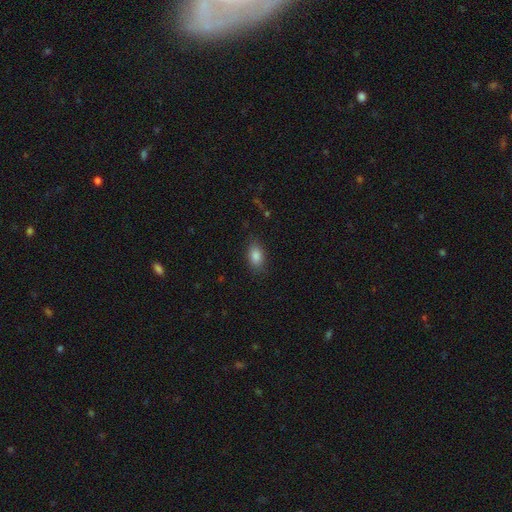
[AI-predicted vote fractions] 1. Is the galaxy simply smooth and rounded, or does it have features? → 86% smooth, 9% star or artifact, 6% featured or disk.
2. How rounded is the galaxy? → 87% in between, 11% round, 3% cigar-shaped.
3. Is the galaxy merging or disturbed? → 83% none, 13% minor disturbance, 3% major disturbance, 1% merger.